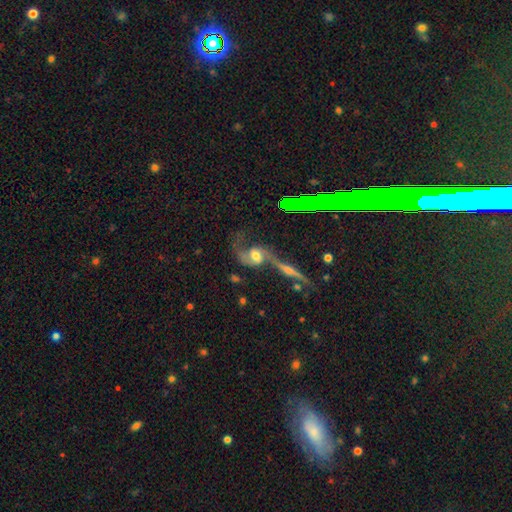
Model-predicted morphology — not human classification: featured or disk 77%, smooth 14%, star or artifact 9%. Down the decision tree: edge-on disk — no (90%); bar — no (54%); spiral arms — yes (90%); spiral arm count — 2 (85%); spiral winding — loose (60%); bulge size — moderate (62%); merging — merger (46%).